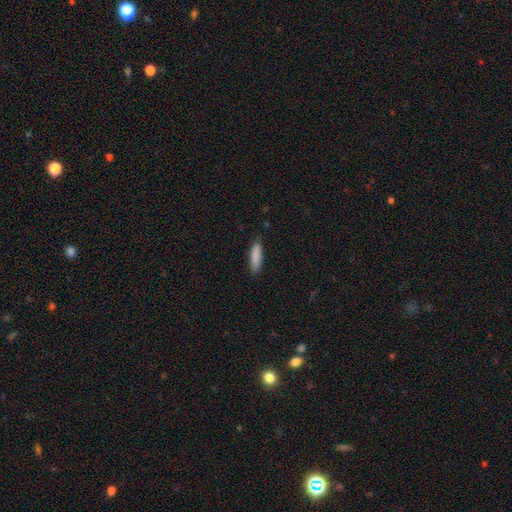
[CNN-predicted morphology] This appears to be a smooth galaxy with no disk features (87%) that is cigar-shaped (66%). Merging: none (84%).